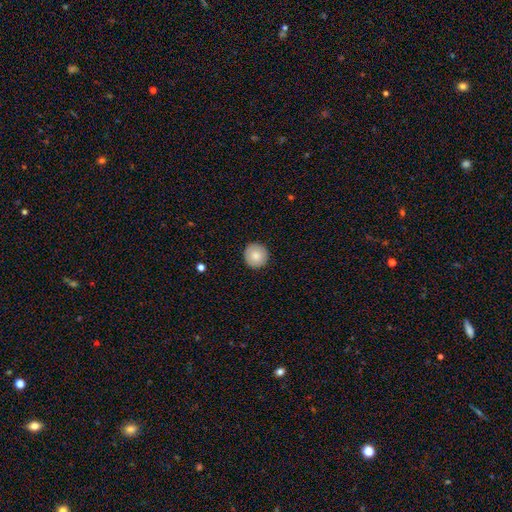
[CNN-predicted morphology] A smooth galaxy with no disk features (83%) that is round (95%).

Vote fractions:
- Smooth or featured? smooth: 83% / featured or disk: 10% / star or artifact: 7%
- How rounded? round: 95% / in between: 4% / cigar-shaped: 1%
- Merging? none: 92% / minor disturbance: 6% / major disturbance: 2% / merger: 1%